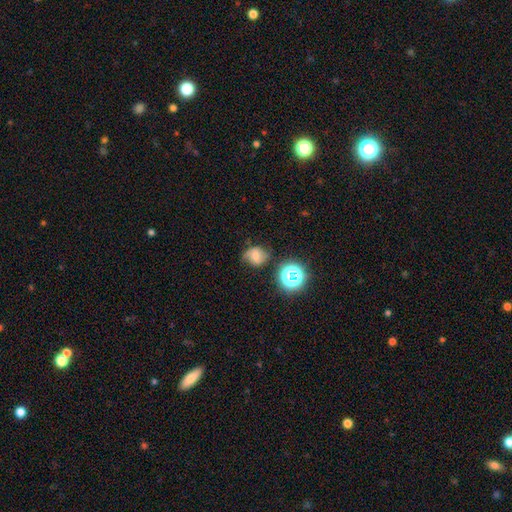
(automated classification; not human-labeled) Q: Smooth or featured?
A: smooth (48%); runner-up: featured or disk (33%)
Q: Merging?
A: none (66%); runner-up: minor disturbance (23%)